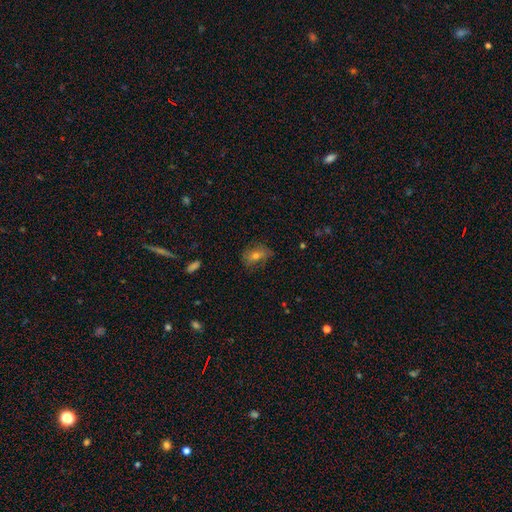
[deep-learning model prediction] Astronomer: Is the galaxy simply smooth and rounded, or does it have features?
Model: smooth — 48% (runner-up: featured or disk, 34%).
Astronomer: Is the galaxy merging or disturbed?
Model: none — 69%.